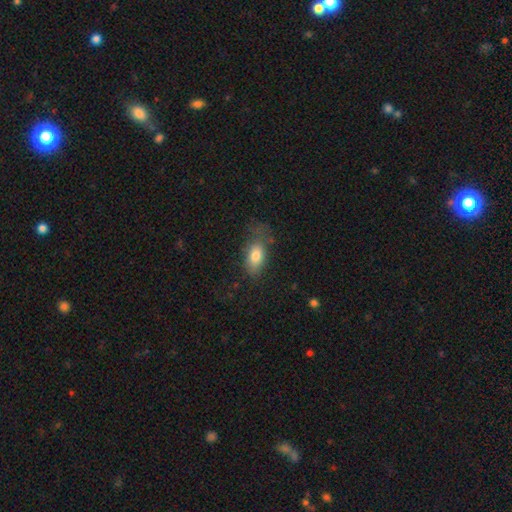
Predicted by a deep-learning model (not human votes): Smooth or featured?
  - smooth: 79% *
  - featured or disk: 13%
  - star or artifact: 8%
How rounded?
  - in between: 88% *
  - round: 7%
  - cigar-shaped: 5%
Merging?
  - none: 48% *
  - minor disturbance: 29%
  - major disturbance: 21%
  - merger: 2%